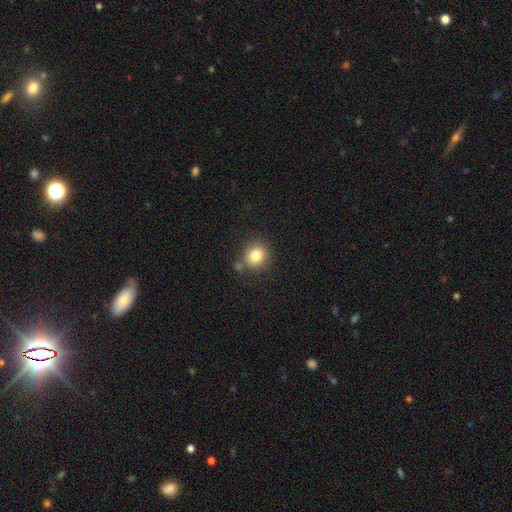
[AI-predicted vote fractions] A smooth galaxy with no disk features (82%) that is round (83%). Merging: none (75%).